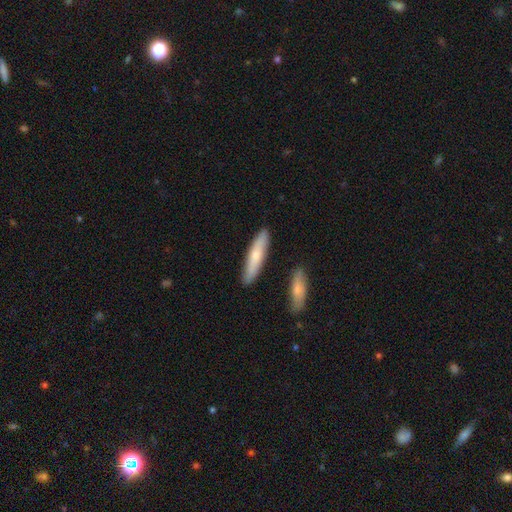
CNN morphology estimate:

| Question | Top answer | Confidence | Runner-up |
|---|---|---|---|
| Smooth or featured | smooth | 68% | featured or disk (27%) |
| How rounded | cigar-shaped | 81% | in between (18%) |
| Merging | none | 86% | minor disturbance (9%) |